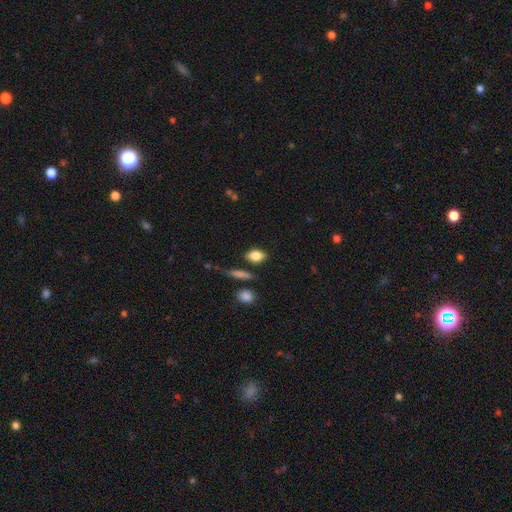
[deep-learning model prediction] A smooth galaxy with no disk features (81%) that is in between round and cigar-shaped (81%).

Vote fractions:
- Smooth or featured? smooth: 81% / featured or disk: 10% / star or artifact: 8%
- How rounded? in between: 81% / round: 14% / cigar-shaped: 4%
- Merging? none: 75% / minor disturbance: 15% / merger: 6% / major disturbance: 4%